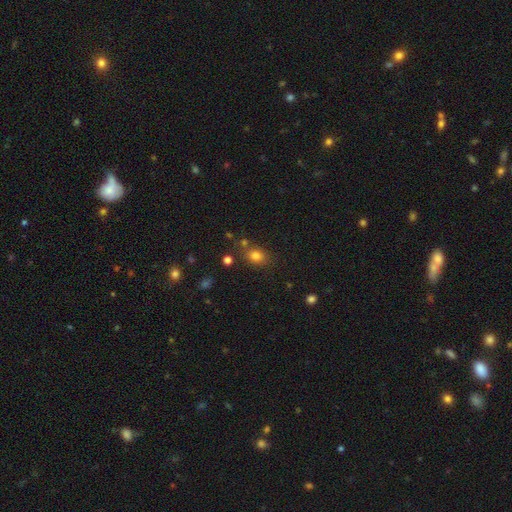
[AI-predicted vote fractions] This is likely a smooth galaxy (79%). How rounded: possibly in between (53%). Merging: likely none (70%).